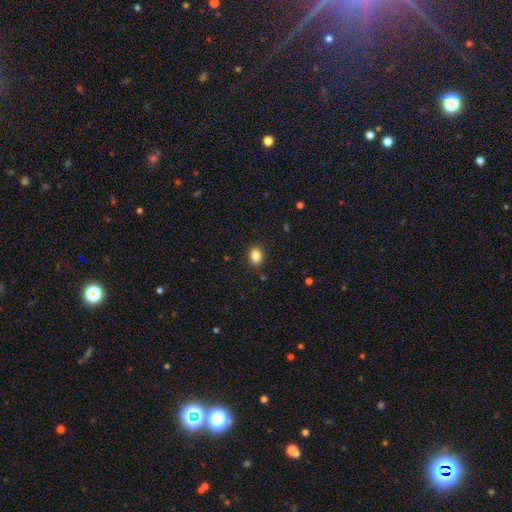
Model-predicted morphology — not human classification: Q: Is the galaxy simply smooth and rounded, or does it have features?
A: smooth — 85%.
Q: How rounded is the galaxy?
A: in between — 58%.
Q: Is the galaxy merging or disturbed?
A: none — 89%.